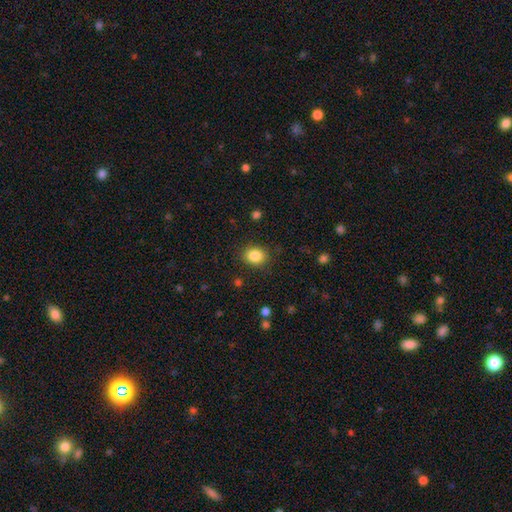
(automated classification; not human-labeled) Smooth or featured? smooth (86%)
How rounded? round (57%)
Merging? none (86%)